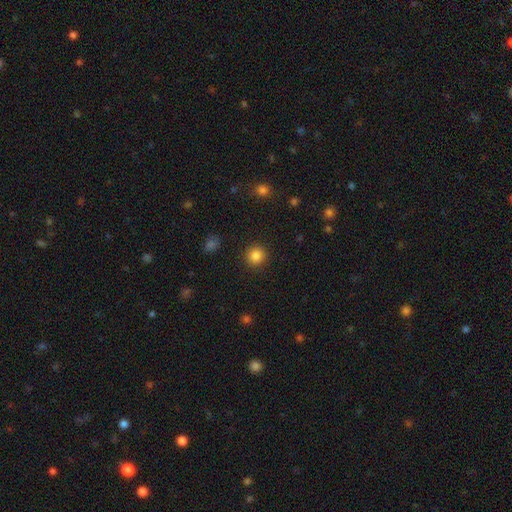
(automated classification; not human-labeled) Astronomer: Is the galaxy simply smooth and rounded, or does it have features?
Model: smooth — 85%.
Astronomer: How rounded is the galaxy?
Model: round — 94%.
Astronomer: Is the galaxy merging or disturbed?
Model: none — 92%.